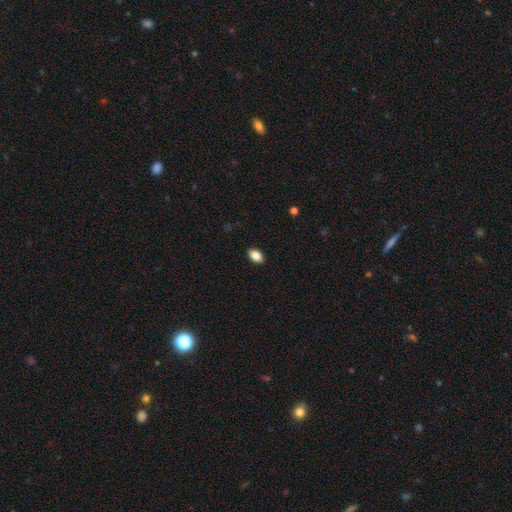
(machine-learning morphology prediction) Q: Smooth or featured?
A: smooth (86%); runner-up: star or artifact (8%)
Q: How rounded?
A: in between (89%); runner-up: round (9%)
Q: Merging?
A: none (90%); runner-up: minor disturbance (8%)